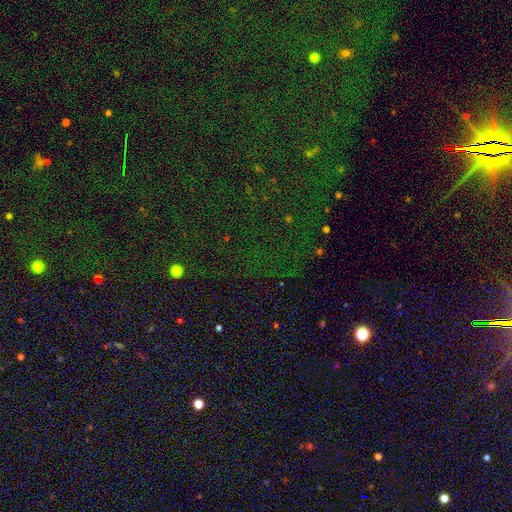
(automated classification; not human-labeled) Overall: star or artifact (80%).